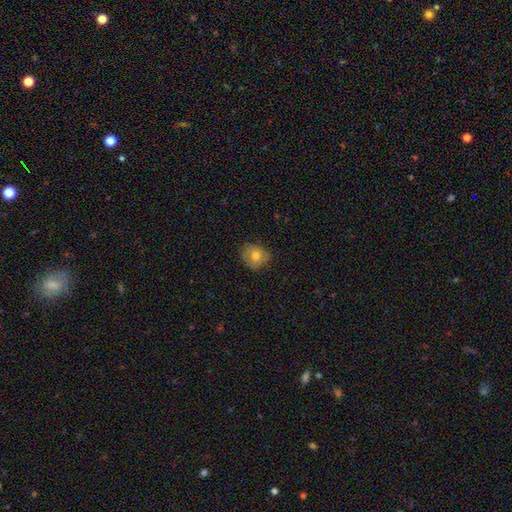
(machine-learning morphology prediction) Q: Smooth or featured?
A: smooth (74%); runner-up: featured or disk (16%)
Q: How rounded?
A: round (76%); runner-up: in between (23%)
Q: Merging?
A: none (76%); runner-up: minor disturbance (19%)